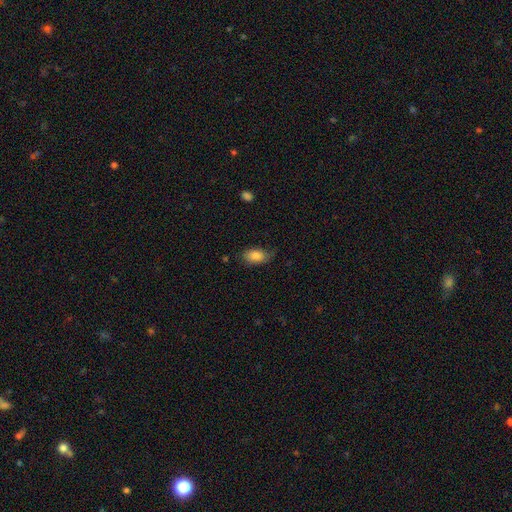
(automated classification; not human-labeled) smooth-or-featured: smooth: 83% | featured or disk: 10% | star or artifact: 7%
  how-rounded: in between: 91% | round: 6% | cigar-shaped: 2%
  merging: none: 70% | minor disturbance: 23% | major disturbance: 5% | merger: 1%